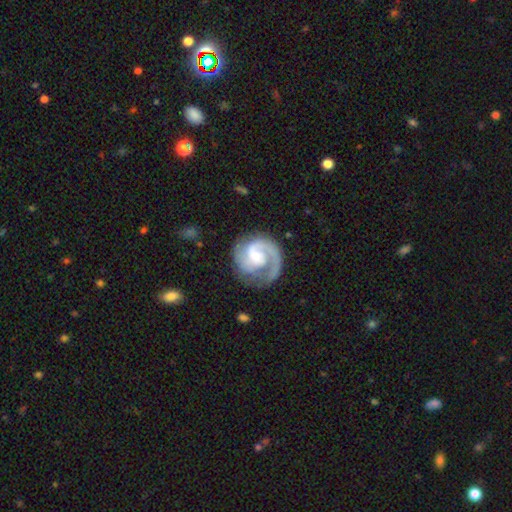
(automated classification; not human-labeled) A featured or disk galaxy (85%) with no bar (53%), 1 (48%) tight (46%) spiral arms (96%) and a small central bulge (53%).

Vote fractions:
- Smooth or featured? featured or disk: 85% / smooth: 10% / star or artifact: 4%
- Edge-on disk? no: 98% / yes: 2%
- Bar? no: 53% / weak: 39% / strong: 8%
- Spiral arms? yes: 96% / no: 4%
- Spiral winding? tight: 46% / medium: 41% / loose: 13%
- Spiral arm count? 1: 48% / 2: 37% / can't tell: 7% / 3: 5% / 4: 2% / more than 4: 2%
- Bulge size? small: 53% / moderate: 36% / large: 5% / none: 5% / dominant: 1%
- Merging? none: 69% / minor disturbance: 16% / major disturbance: 14% / merger: 2%